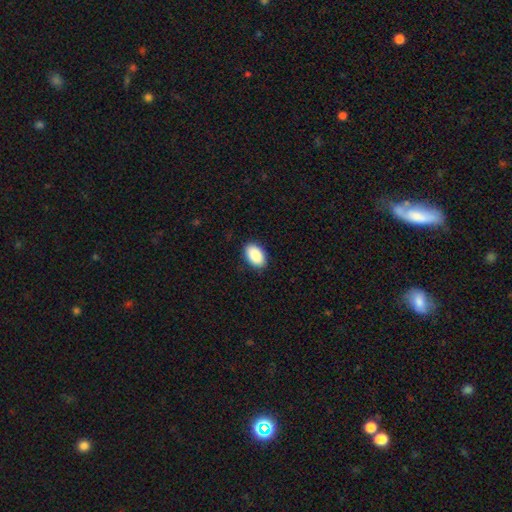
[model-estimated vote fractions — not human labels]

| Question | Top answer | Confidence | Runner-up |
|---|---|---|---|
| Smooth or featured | smooth | 91% | star or artifact (6%) |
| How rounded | in between | 93% | round (6%) |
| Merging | none | 88% | minor disturbance (9%) |